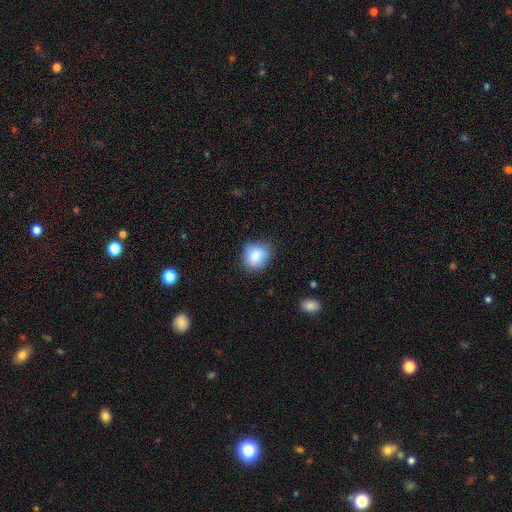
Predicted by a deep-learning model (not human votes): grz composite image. It shows a smooth galaxy with no disk features (84%) that is round (67%). Merging: none (68%).